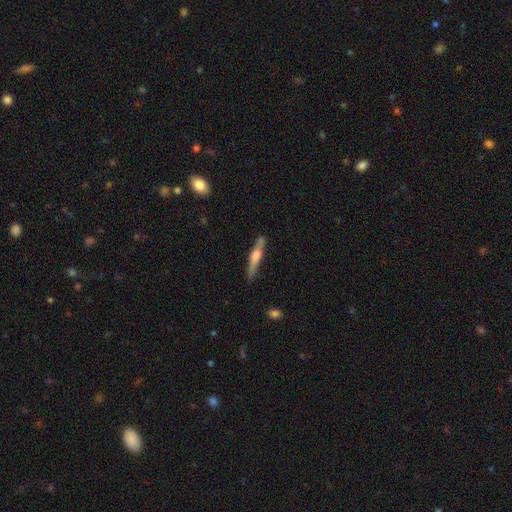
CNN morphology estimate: The model was most divided on "smooth or featured": featured or disk: 66%, smooth: 28%, star or artifact: 6%. More confident: edge-on disk — yes (97%); merging — none (80%); edge-on bulge — rounded (76%).